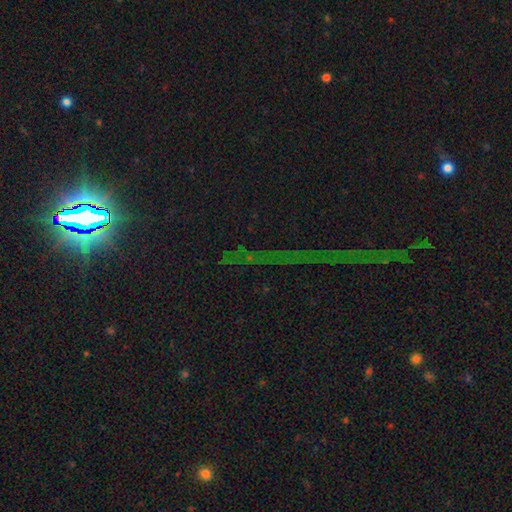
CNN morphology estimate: This is clearly a star or artifact rather than a galaxy (83%).